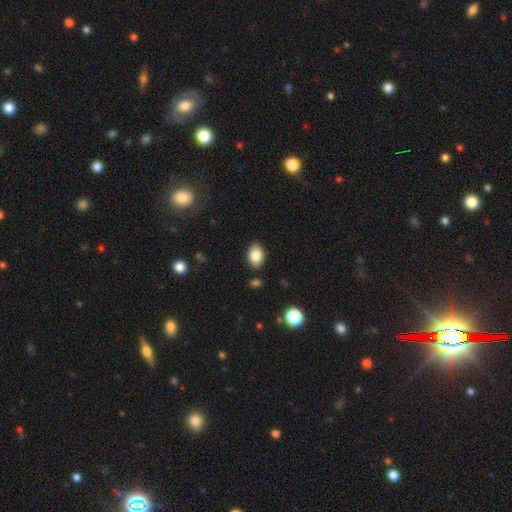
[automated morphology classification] This is clearly a smooth galaxy (84%). How rounded: clearly in between (86%). Merging: clearly none (85%).